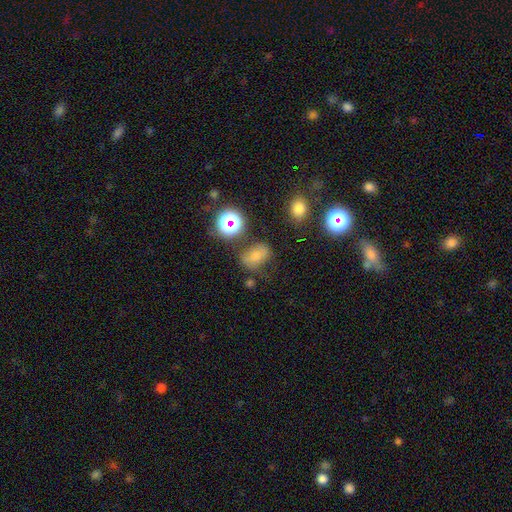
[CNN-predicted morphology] This is possibly a smooth galaxy (57%). How rounded: likely in between (70%). Merging: likely none (66%).